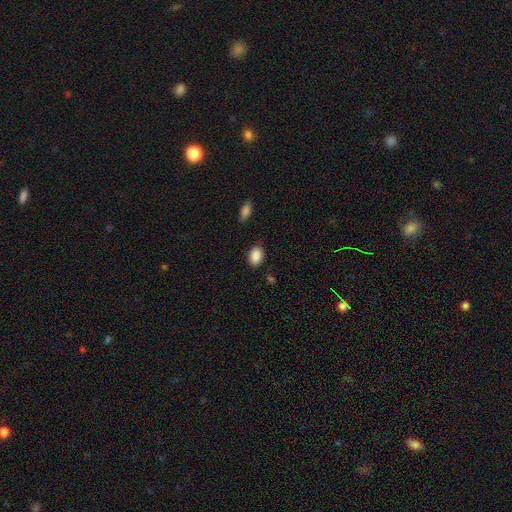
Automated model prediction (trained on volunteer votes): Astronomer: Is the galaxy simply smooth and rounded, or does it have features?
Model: smooth — 89%.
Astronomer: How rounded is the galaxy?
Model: in between — 82%.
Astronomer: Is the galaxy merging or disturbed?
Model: none — 83%.